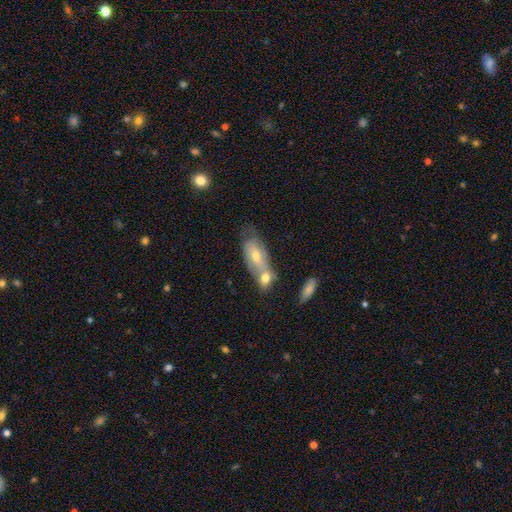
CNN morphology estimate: Smooth or featured?
  - smooth: 57% *
  - featured or disk: 36%
  - star or artifact: 7%
How rounded?
  - in between: 81% *
  - cigar-shaped: 13%
  - round: 6%
Merging?
  - merger: 55% *
  - none: 25%
  - minor disturbance: 13%
  - major disturbance: 7%